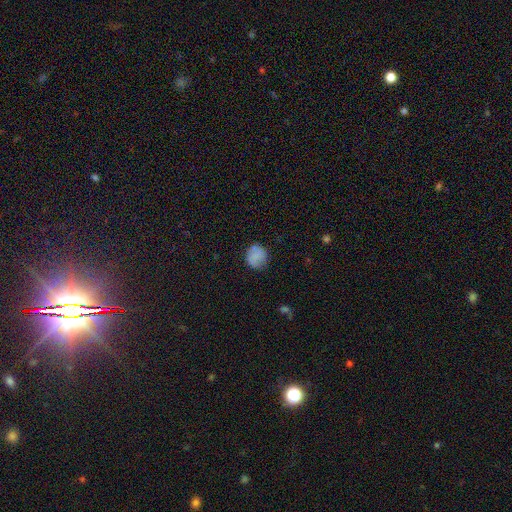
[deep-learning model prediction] A smooth galaxy with no disk features (78%) that is round (82%).

Vote fractions:
- Smooth or featured? smooth: 78% / featured or disk: 13% / star or artifact: 9%
- How rounded? round: 82% / in between: 17% / cigar-shaped: 1%
- Merging? none: 78% / minor disturbance: 15% / major disturbance: 4% / merger: 2%